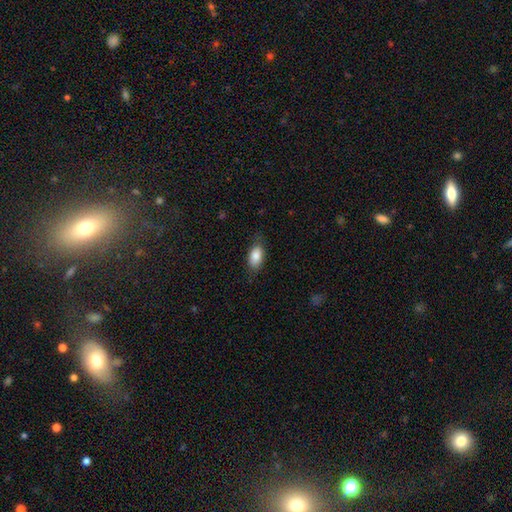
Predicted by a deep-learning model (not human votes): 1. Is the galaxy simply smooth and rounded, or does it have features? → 84% smooth, 10% featured or disk, 7% star or artifact.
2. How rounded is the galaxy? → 91% in between, 5% cigar-shaped, 4% round.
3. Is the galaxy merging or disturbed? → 76% none, 19% minor disturbance, 5% major disturbance, 1% merger.